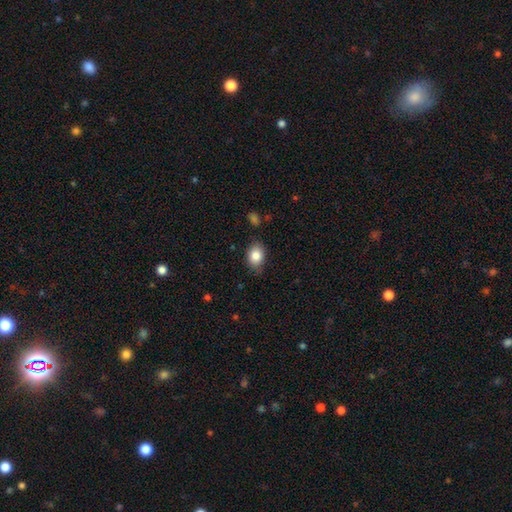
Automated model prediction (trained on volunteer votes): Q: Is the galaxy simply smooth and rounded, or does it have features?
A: smooth — 84%.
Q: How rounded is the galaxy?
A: in between — 72%.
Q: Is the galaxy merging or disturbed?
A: none — 79%.